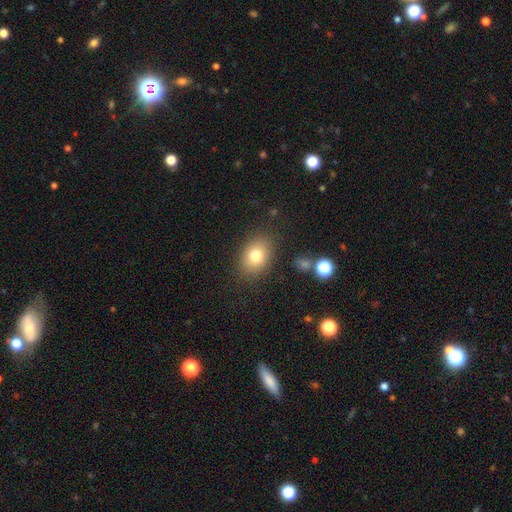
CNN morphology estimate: smooth_or_featured: smooth (p=0.78) [alt: featured or disk p=0.12]
how_rounded: in between (p=0.70) [alt: round p=0.29]
merging: none (p=0.83) [alt: minor disturbance p=0.11]